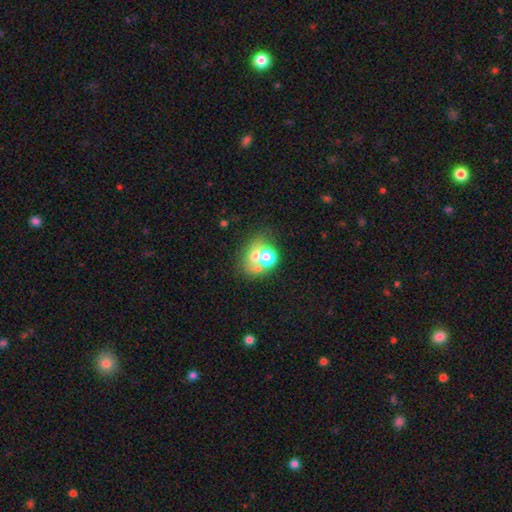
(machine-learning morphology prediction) Smooth or featured: smooth — 53% (featured or disk — 31%)
How rounded: round — 57% (in between — 42%)
Merging: merger — 51% (none — 30%)